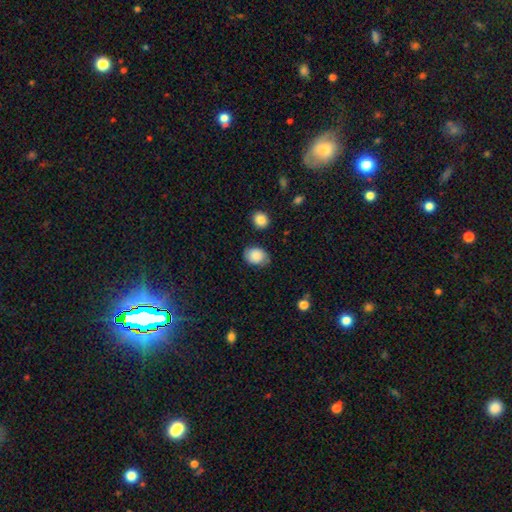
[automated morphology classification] type=smooth (84%); roundness=in between (56%); merging=none (73%).